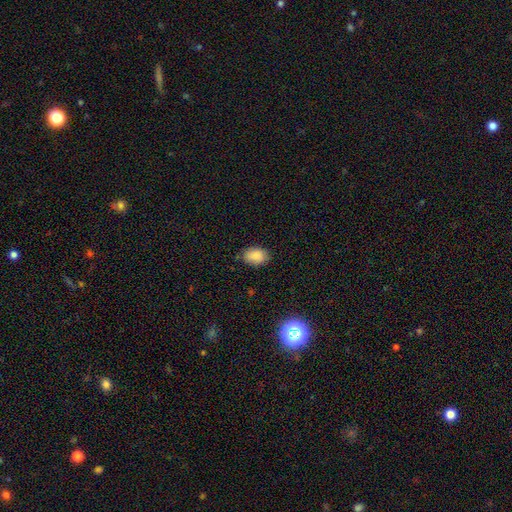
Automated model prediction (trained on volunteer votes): smooth 87%, star or artifact 9%, featured or disk 5%. Down the decision tree: how rounded — in between (81%); merging — none (82%).